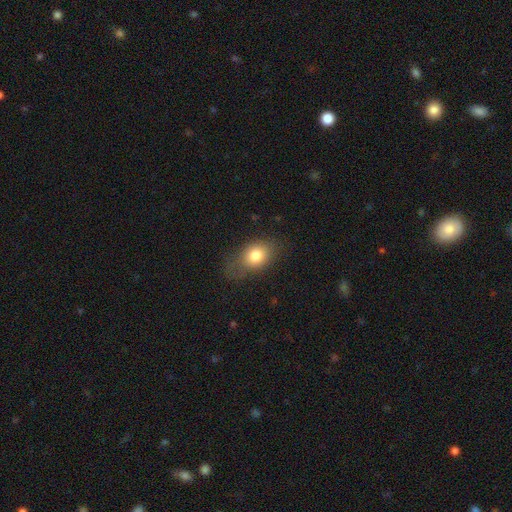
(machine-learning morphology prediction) smooth 78%, featured or disk 12%, star or artifact 10%. Down the decision tree: how rounded — in between (65%); merging — none (63%).